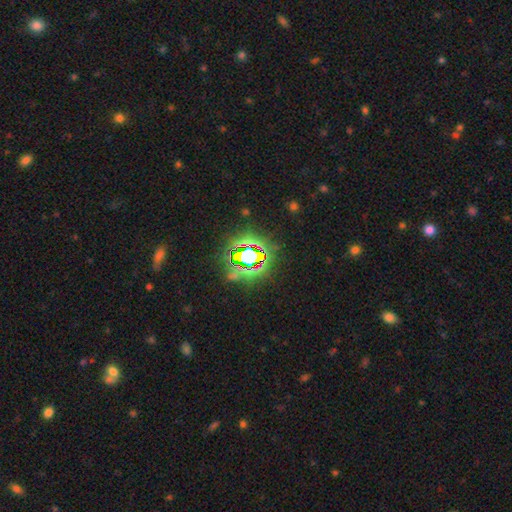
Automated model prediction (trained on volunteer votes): Q: Smooth or featured?
A: star or artifact (76%); runner-up: smooth (14%)